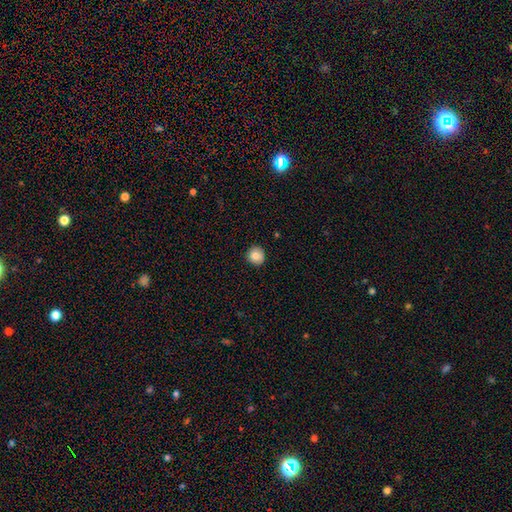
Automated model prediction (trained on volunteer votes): A smooth galaxy with no disk features (83%) that is round (93%).

Vote fractions:
- Smooth or featured? smooth: 83% / star or artifact: 9% / featured or disk: 8%
- How rounded? round: 93% / in between: 6% / cigar-shaped: 1%
- Merging? none: 90% / minor disturbance: 7% / major disturbance: 2% / merger: 1%